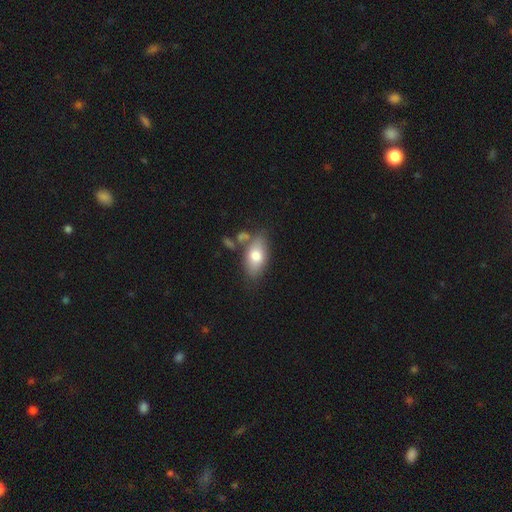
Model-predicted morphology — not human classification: smooth 74%, featured or disk 19%, star or artifact 7%. Down the decision tree: how rounded — in between (90%); merging — none (66%).